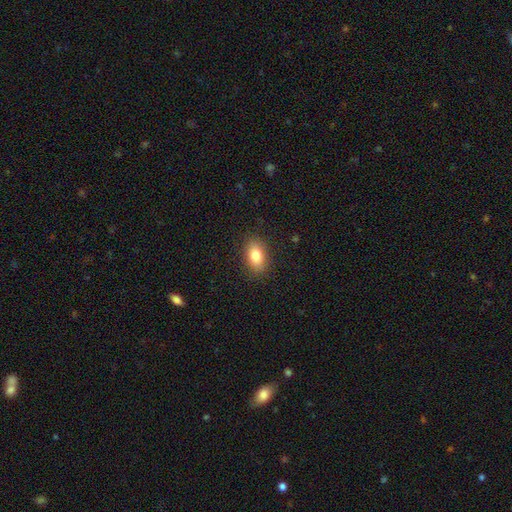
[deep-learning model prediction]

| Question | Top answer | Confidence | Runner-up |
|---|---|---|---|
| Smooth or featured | smooth | 83% | featured or disk (8%) |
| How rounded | in between | 87% | round (10%) |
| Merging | none | 87% | minor disturbance (9%) |